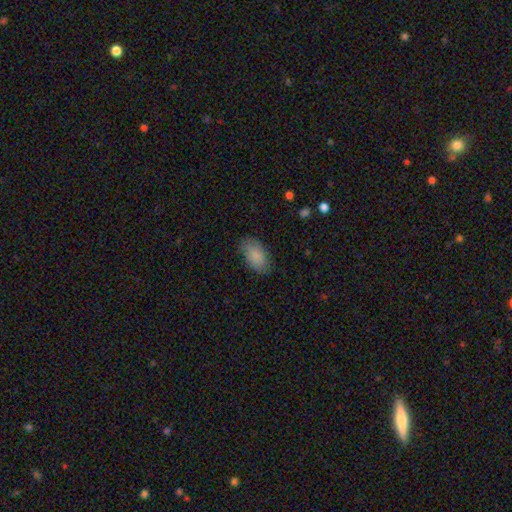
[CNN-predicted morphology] Smooth or featured: smooth — 86% (featured or disk — 8%)
How rounded: in between — 94% (round — 4%)
Merging: none — 79% (minor disturbance — 16%)